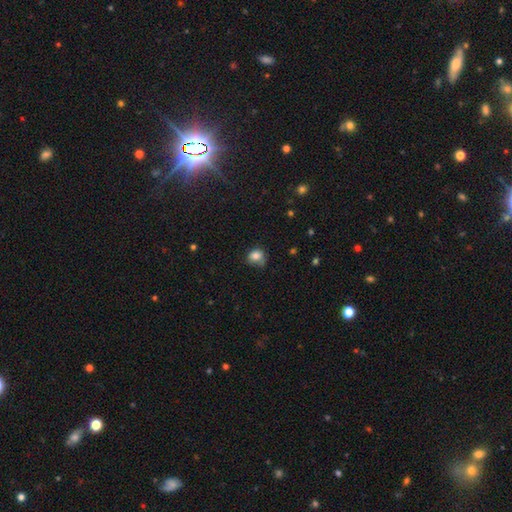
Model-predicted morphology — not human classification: This is clearly a smooth galaxy (81%). How rounded: likely round (64%). Merging: possibly none (51%).